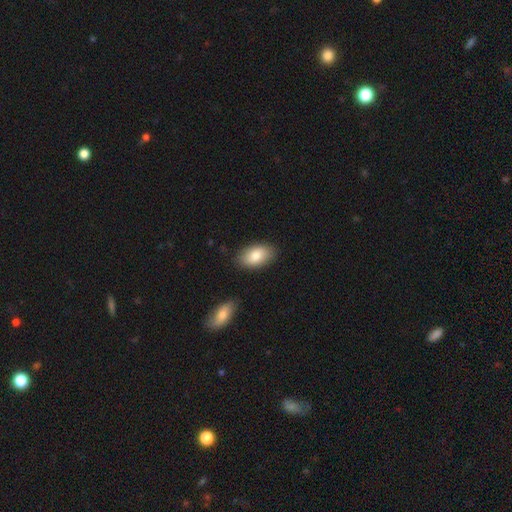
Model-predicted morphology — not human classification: This is clearly a smooth galaxy (82%). How rounded: clearly in between (94%). Merging: clearly none (85%).